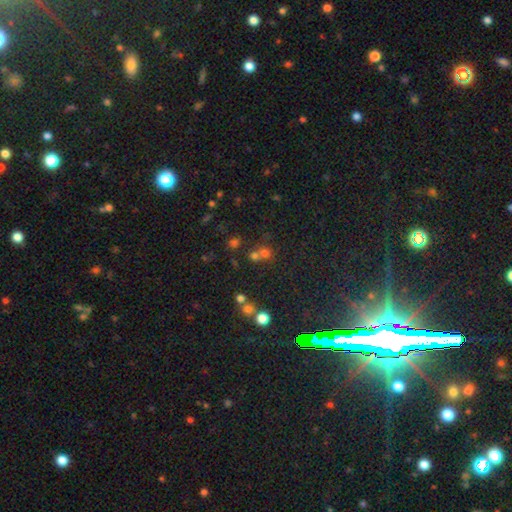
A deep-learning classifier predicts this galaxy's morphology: smooth-or-featured: smooth: 49% | star or artifact: 40% | featured or disk: 11%
  merging: none: 53% | merger: 35% | minor disturbance: 7% | major disturbance: 4%